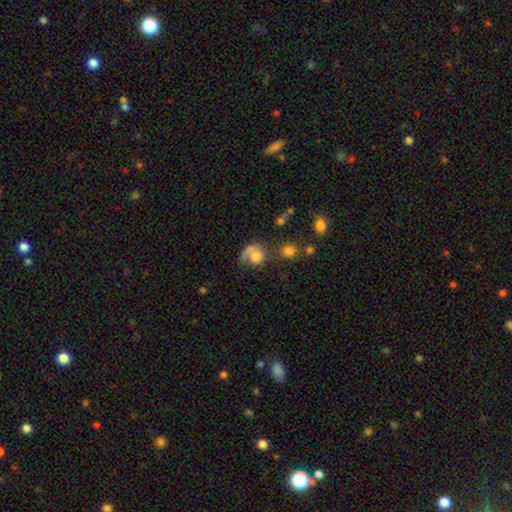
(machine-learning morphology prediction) A smooth galaxy with no disk features (55%) that is round (62%). Merging: none (31%).